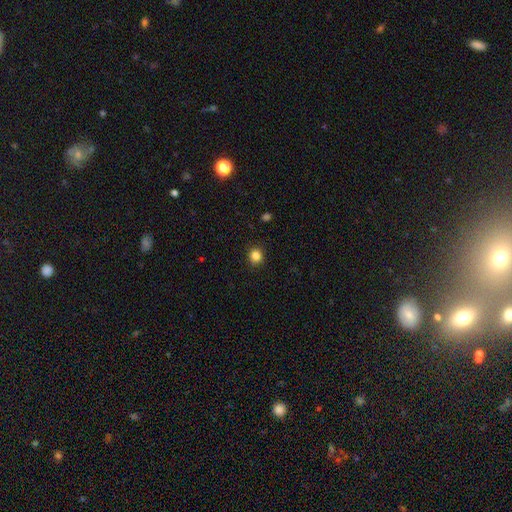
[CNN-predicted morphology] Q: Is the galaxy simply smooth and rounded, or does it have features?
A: smooth — 85%.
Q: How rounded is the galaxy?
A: round — 89%.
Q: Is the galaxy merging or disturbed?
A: none — 91%.